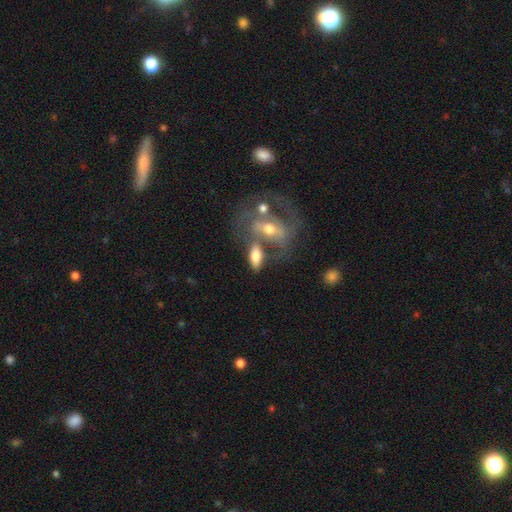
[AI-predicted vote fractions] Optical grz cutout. It shows a smooth galaxy with no disk features (57%) that is in between round and cigar-shaped (83%). Merging: none (40%).